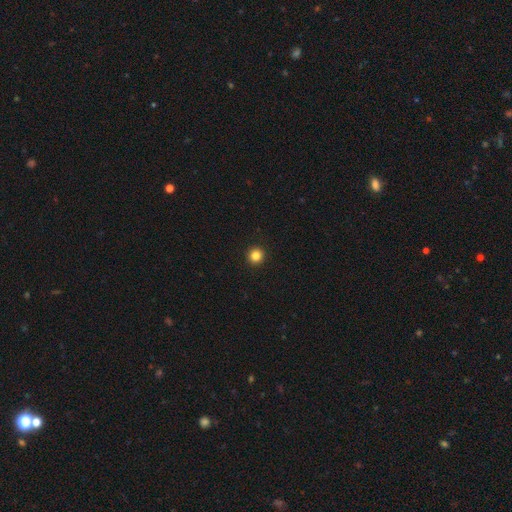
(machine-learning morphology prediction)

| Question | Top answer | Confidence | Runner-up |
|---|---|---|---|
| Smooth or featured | smooth | 84% | star or artifact (12%) |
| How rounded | round | 95% | in between (4%) |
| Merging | none | 94% | minor disturbance (4%) |